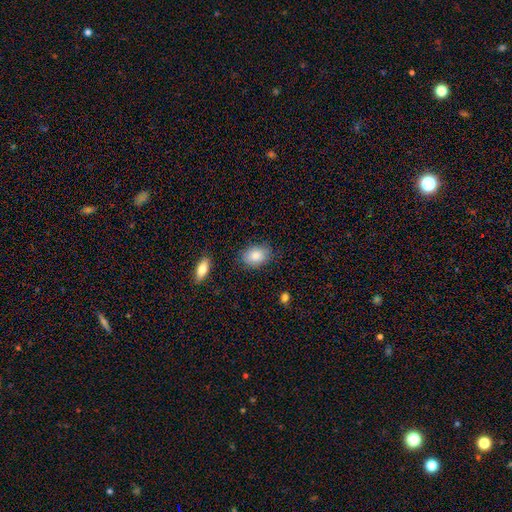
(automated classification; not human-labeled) smooth-or-featured: smooth: 86% | featured or disk: 7% | star or artifact: 7%
  how-rounded: in between: 81% | round: 18% | cigar-shaped: 1%
  merging: none: 81% | minor disturbance: 13% | major disturbance: 3% | merger: 2%